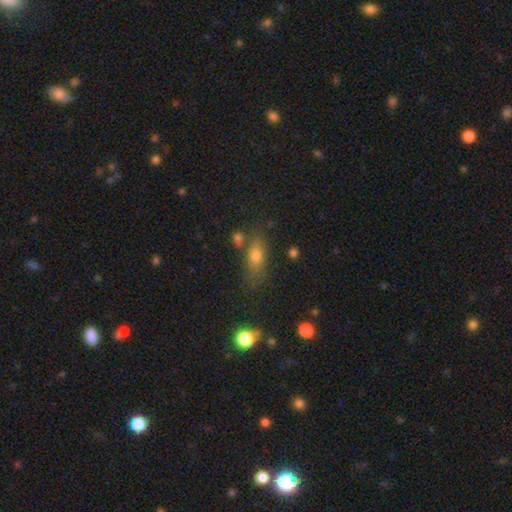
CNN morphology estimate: Smooth or featured? Predicted: smooth (p=0.69). How rounded? Predicted: in between (p=0.66). Merging? Predicted: none (p=0.63).